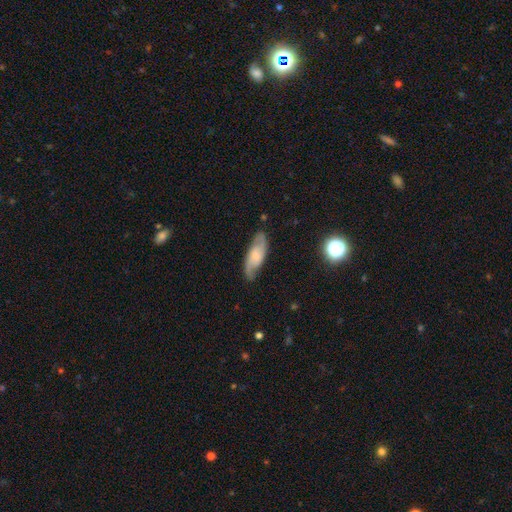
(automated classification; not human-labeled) smooth-or-featured: featured or disk: 63% | smooth: 31% | star or artifact: 7%
  disk-edge-on: no: 87% | yes: 13%
    bar: no: 53% | weak: 38% | strong: 9%
    has-spiral-arms: yes: 92% | no: 8%
      spiral-winding: medium: 44% | loose: 35% | tight: 20%
      spiral-arm-count: 2: 87% | can't tell: 8% | 1: 2% | 3: 1% | 4: 1% | more than 4: 1%
    bulge-size: small: 31% | moderate: 30% | none: 24% | large: 13% | dominant: 2%
  merging: none: 80% | minor disturbance: 15% | major disturbance: 4% | merger: 1%